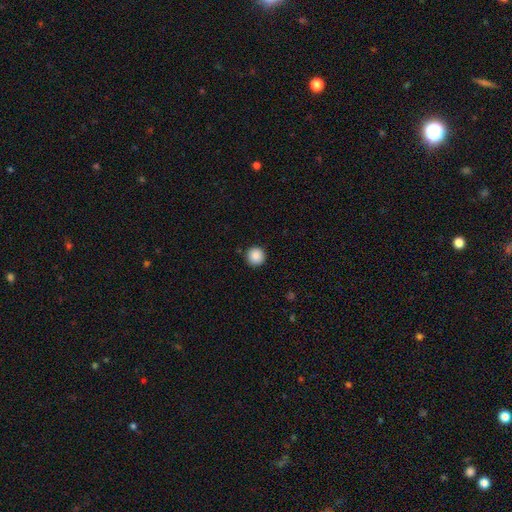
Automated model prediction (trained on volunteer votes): smooth_or_featured: smooth (p=0.88) [alt: star or artifact p=0.09]
how_rounded: round (p=0.96) [alt: in between p=0.03]
merging: none (p=0.92) [alt: minor disturbance p=0.05]